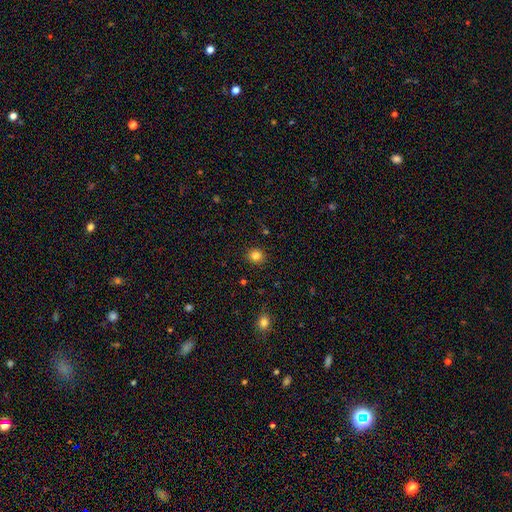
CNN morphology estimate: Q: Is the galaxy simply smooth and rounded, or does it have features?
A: smooth — 83%.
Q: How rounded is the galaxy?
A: round — 85%.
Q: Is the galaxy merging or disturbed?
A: none — 91%.